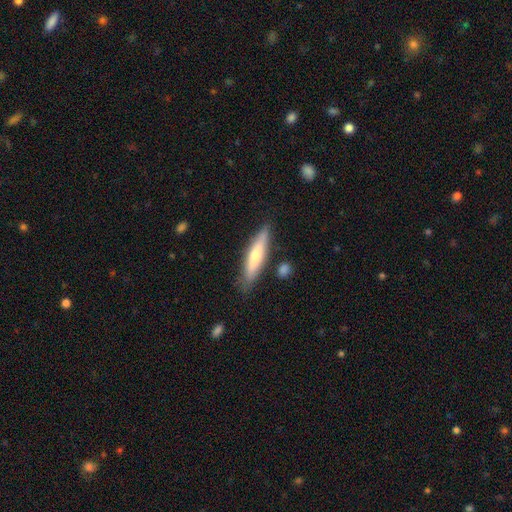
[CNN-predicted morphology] type=smooth (60%); roundness=cigar-shaped (81%); merging=none (81%).